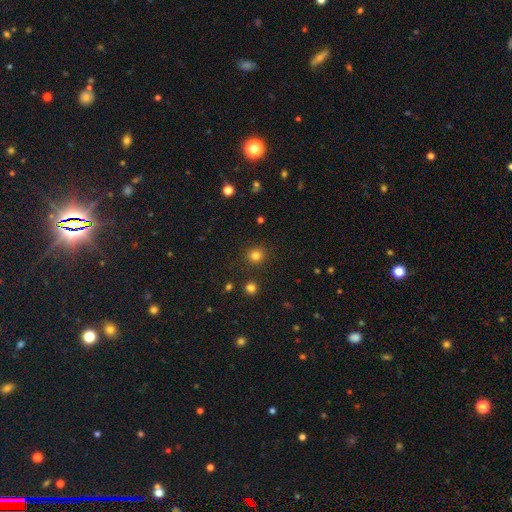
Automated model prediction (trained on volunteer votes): Smooth or featured?
  - smooth: 80% *
  - star or artifact: 15%
  - featured or disk: 5%
How rounded?
  - round: 90% *
  - in between: 10%
  - cigar-shaped: 1%
Merging?
  - none: 88% *
  - minor disturbance: 7%
  - merger: 3%
  - major disturbance: 2%